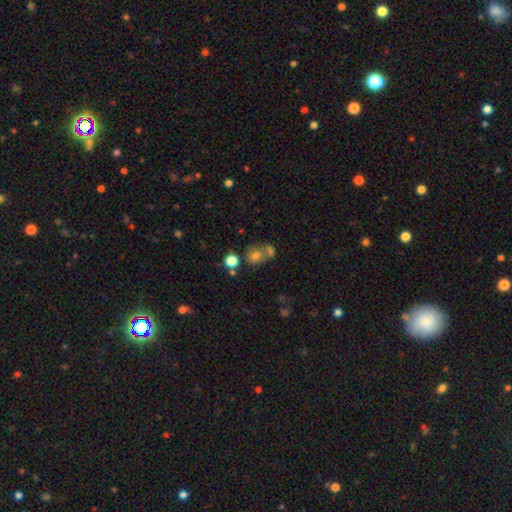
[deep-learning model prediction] The model was most divided on "merging": merger: 42%, none: 38%, minor disturbance: 12%, major disturbance: 8%. More confident: smooth or featured — smooth (68%); how rounded — round (66%).